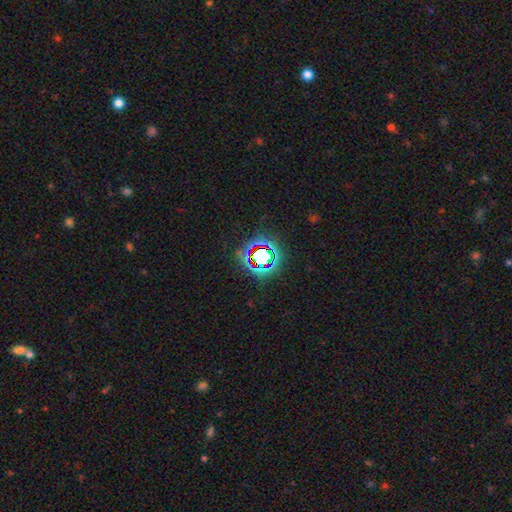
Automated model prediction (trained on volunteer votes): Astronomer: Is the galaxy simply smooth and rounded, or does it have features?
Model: star or artifact — 72%.